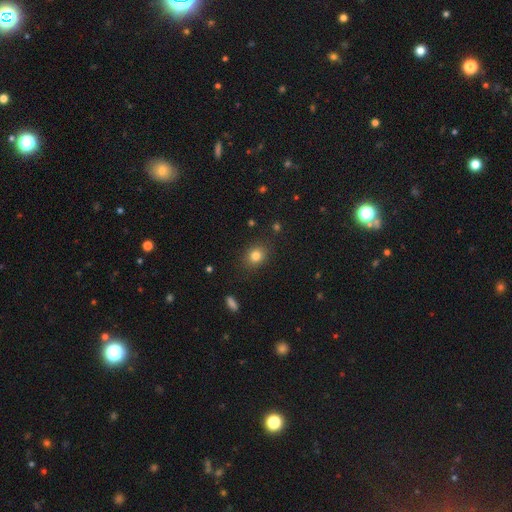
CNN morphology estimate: smooth_or_featured: smooth (p=0.81) [alt: star or artifact p=0.12]
how_rounded: round (p=0.63) [alt: in between p=0.36]
merging: none (p=0.87) [alt: minor disturbance p=0.09]